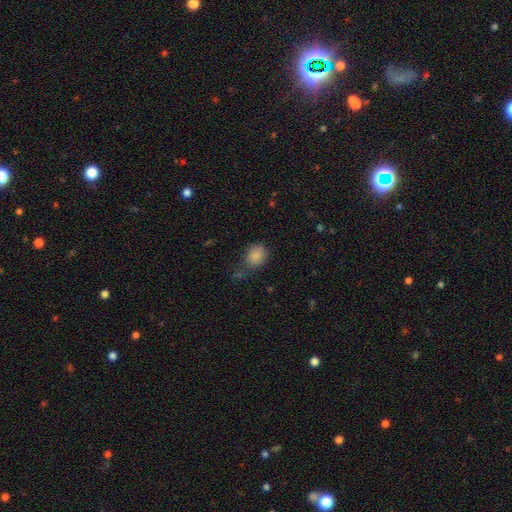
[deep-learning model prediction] The model was most divided on "how rounded": round: 54%, in between: 44%, cigar-shaped: 1%. More confident: smooth or featured — smooth (85%); merging — none (61%).